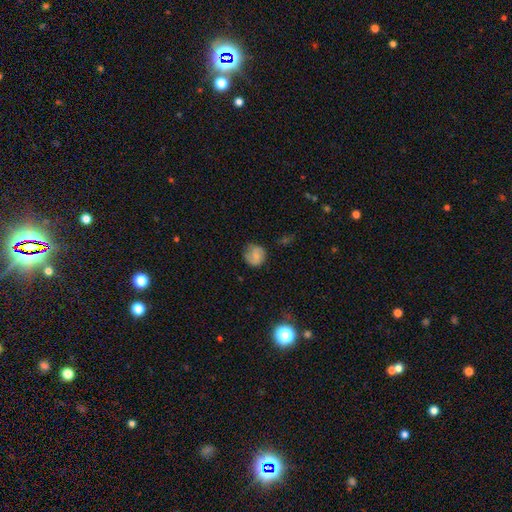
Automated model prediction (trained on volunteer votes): Q: Smooth or featured?
A: smooth (67%); runner-up: featured or disk (24%)
Q: How rounded?
A: round (81%); runner-up: in between (18%)
Q: Merging?
A: none (61%); runner-up: minor disturbance (28%)